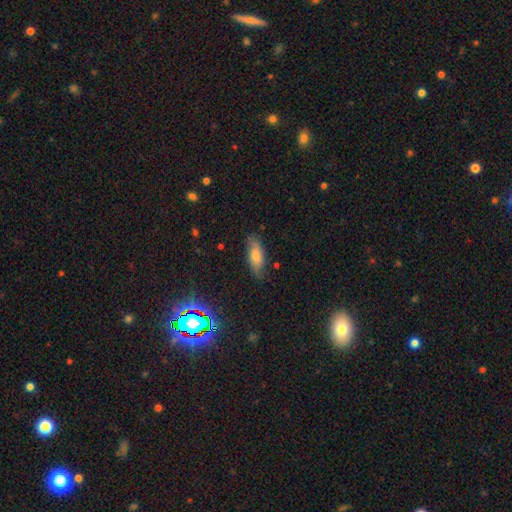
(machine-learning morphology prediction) The model was most divided on "smooth or featured": smooth: 66%, featured or disk: 23%, star or artifact: 10%. More confident: merging — none (78%); how rounded — in between (71%).